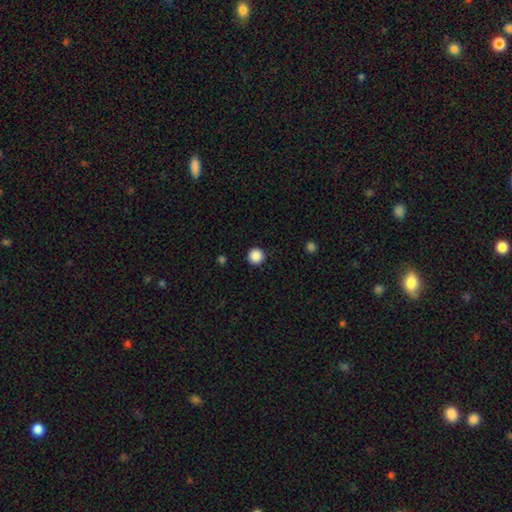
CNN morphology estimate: type=smooth (88%); roundness=round (96%); merging=none (92%).